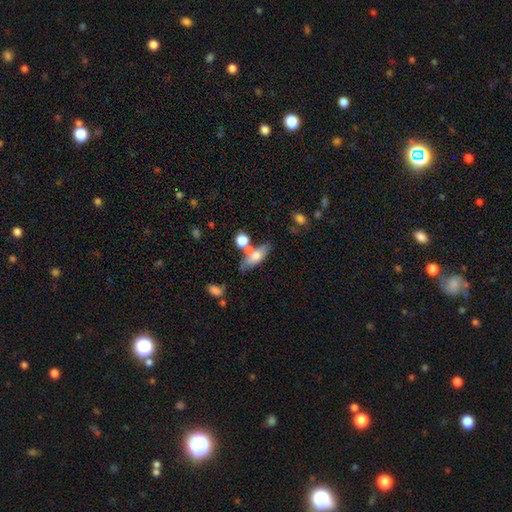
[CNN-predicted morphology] A smooth galaxy with no disk features (66%) that is in between round and cigar-shaped (63%).

Vote fractions:
- Smooth or featured? smooth: 66% / featured or disk: 25% / star or artifact: 9%
- How rounded? in between: 63% / cigar-shaped: 30% / round: 7%
- Merging? none: 53% / merger: 25% / minor disturbance: 16% / major disturbance: 7%